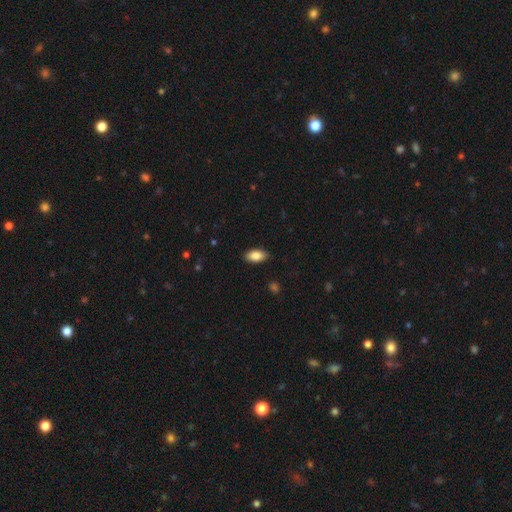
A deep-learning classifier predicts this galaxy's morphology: Overall: smooth (86%). How rounded: in between (91%). Merging: none (87%).